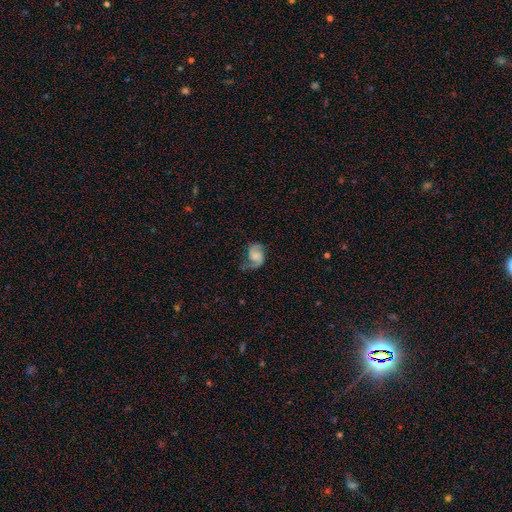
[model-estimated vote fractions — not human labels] The model was most divided on "bulge size": small: 41%, moderate: 32%, none: 20%, large: 6%, dominant: 2%. Remaining: edge-on disk — no (98%); spiral arms — yes (95%); spiral arm count — 2 (81%); smooth or featured — featured or disk (73%); bar — no (61%); merging — none (54%); spiral winding — medium (46%).